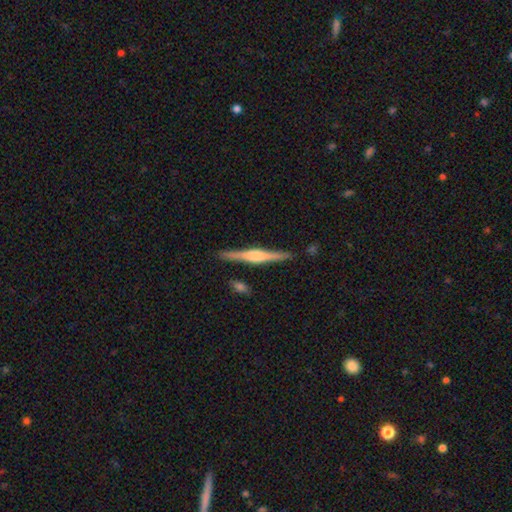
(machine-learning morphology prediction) This appears to be a featured or disk galaxy (77%) viewed edge-on (98%) with a rounded central bulge (74%). Merging: none (90%).